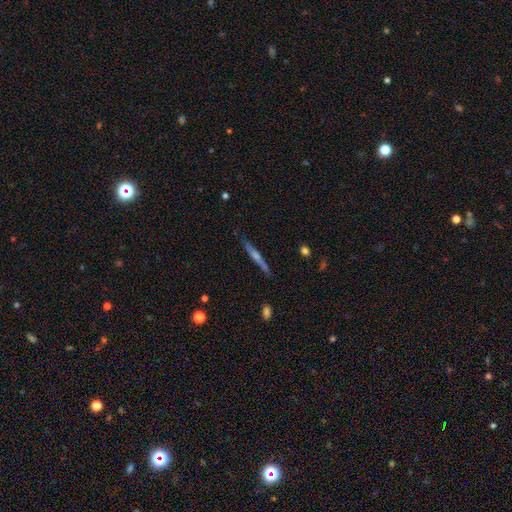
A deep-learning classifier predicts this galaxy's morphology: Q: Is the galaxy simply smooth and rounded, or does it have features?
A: featured or disk — 66%.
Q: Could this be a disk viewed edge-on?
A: yes — 97%.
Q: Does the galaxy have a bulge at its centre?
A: rounded — 63%.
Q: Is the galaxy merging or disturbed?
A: none — 87%.